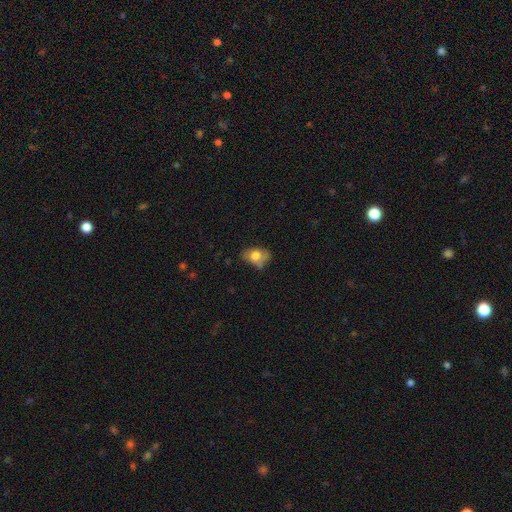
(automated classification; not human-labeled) Smooth or featured?
  - smooth: 68% *
  - featured or disk: 23%
  - star or artifact: 9%
How rounded?
  - in between: 70% *
  - round: 28%
  - cigar-shaped: 1%
Merging?
  - none: 43% *
  - minor disturbance: 34%
  - major disturbance: 16%
  - merger: 7%